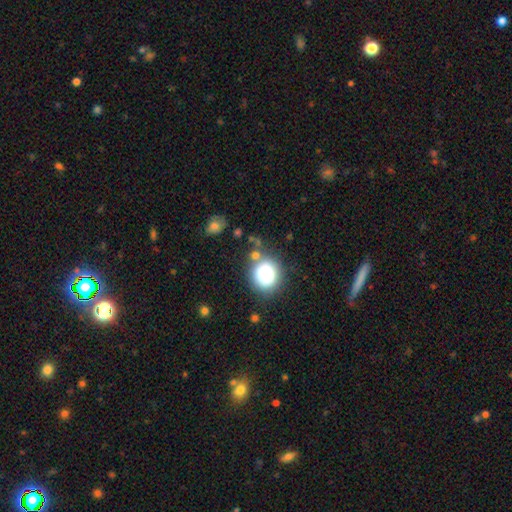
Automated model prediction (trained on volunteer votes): smooth_or_featured: smooth (p=0.81) [alt: star or artifact p=0.11]
how_rounded: round (p=0.77) [alt: in between p=0.22]
merging: none (p=0.72) [alt: minor disturbance p=0.14]